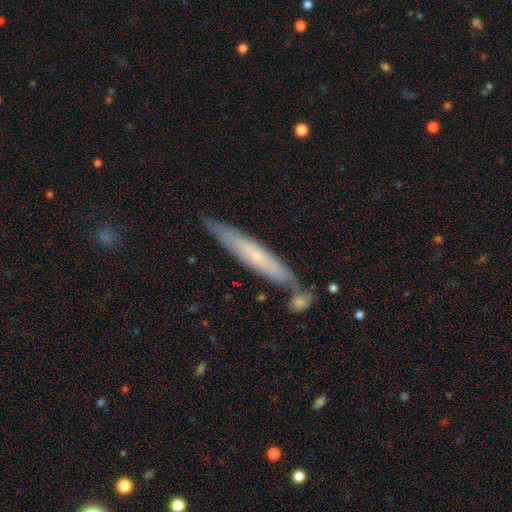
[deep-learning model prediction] Morphology: type=featured or disk (50%); merging=none (72%).